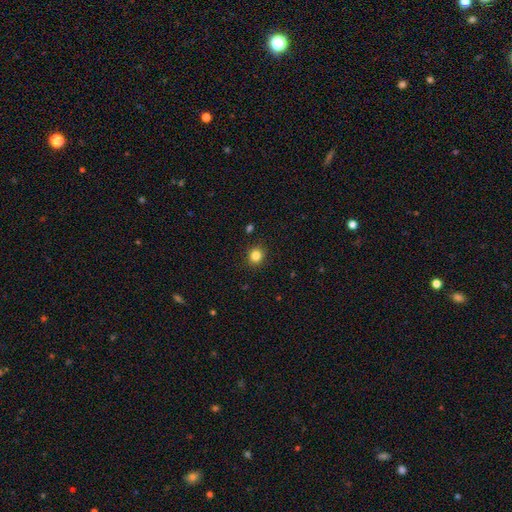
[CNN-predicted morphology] This appears to be a smooth galaxy with no disk features (83%) that is round (86%). Merging: none (91%).